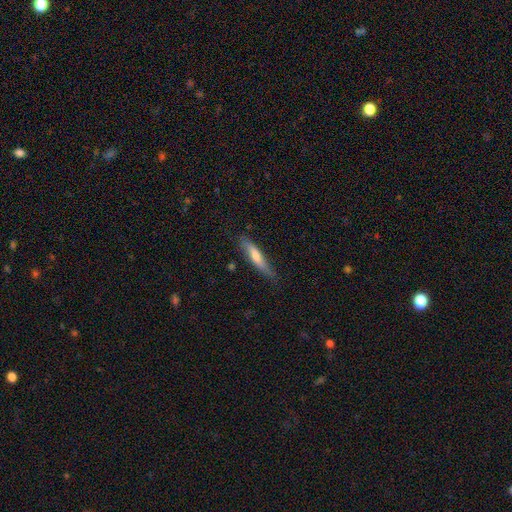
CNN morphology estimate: Smooth or featured? Predicted: smooth (p=0.59). How rounded? Predicted: cigar-shaped (p=0.88). Merging? Predicted: none (p=0.78).